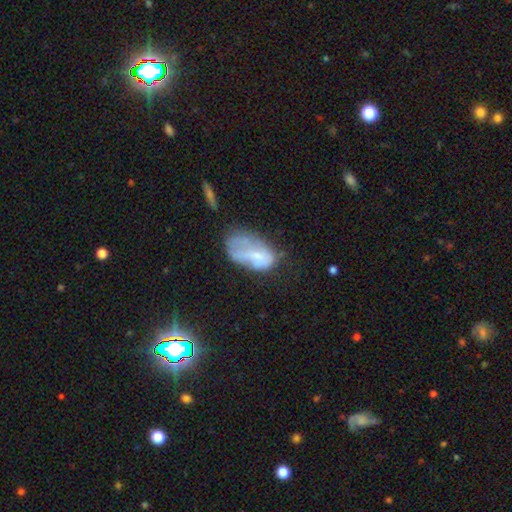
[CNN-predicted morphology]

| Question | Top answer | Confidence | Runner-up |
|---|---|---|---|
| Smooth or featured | smooth | 53% | featured or disk (35%) |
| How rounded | in between | 91% | round (6%) |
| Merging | major disturbance | 36% | minor disturbance (29%) |